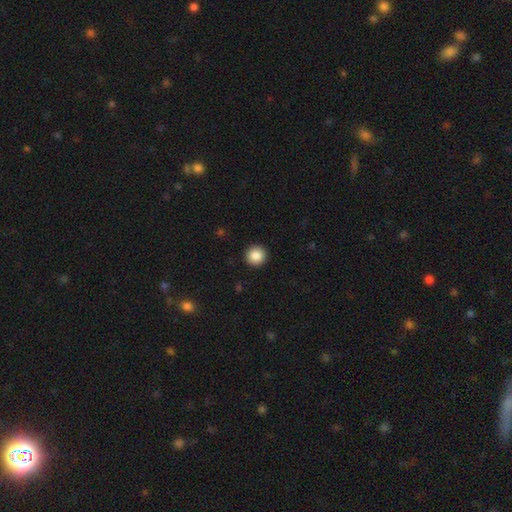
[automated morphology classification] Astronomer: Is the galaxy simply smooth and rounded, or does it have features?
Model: smooth — 87%.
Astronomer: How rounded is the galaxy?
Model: round — 95%.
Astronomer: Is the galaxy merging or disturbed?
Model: none — 93%.